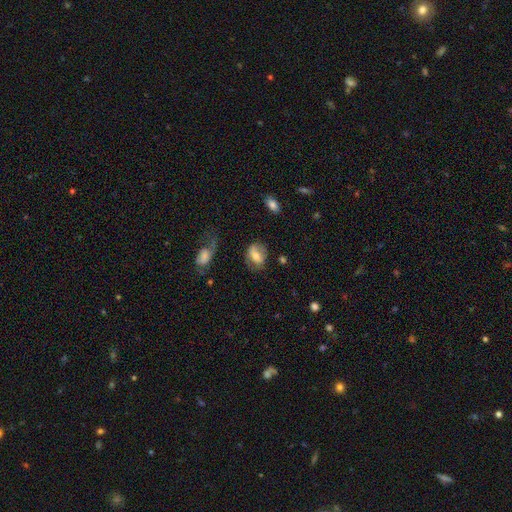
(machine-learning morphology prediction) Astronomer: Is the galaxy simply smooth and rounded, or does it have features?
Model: smooth — 59%.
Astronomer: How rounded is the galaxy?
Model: in between — 64%.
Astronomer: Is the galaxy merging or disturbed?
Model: none — 58%.